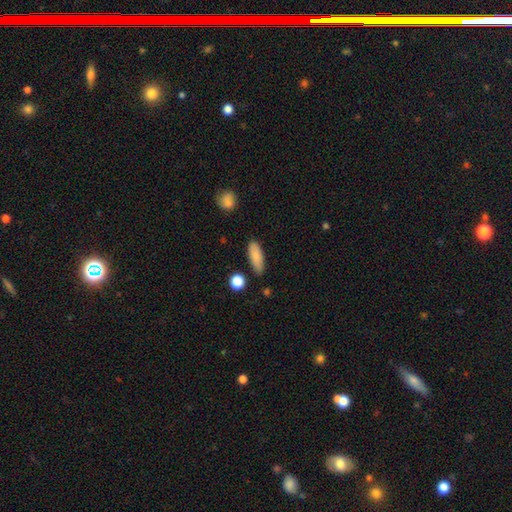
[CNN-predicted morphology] The model was most divided on "how rounded": in between: 64%, cigar-shaped: 33%, round: 3%. More confident: smooth or featured — smooth (85%); merging — none (82%).